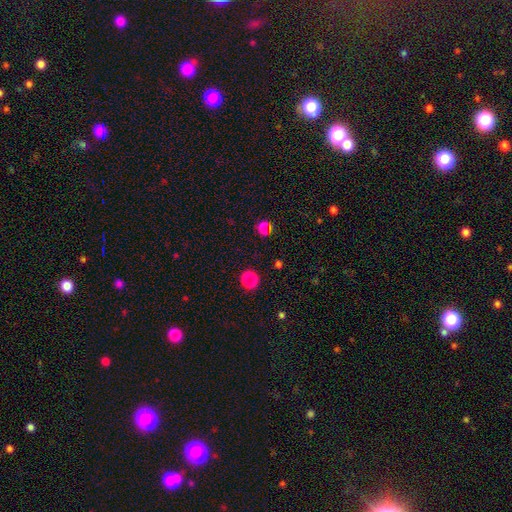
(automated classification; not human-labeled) Smooth or featured? Predicted: smooth (p=0.82). How rounded? Predicted: round (p=0.87). Merging? Predicted: none (p=0.89).